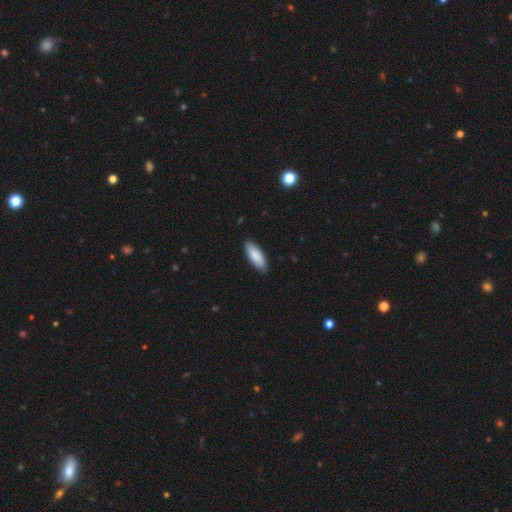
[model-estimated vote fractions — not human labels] Smooth or featured? smooth (88%)
How rounded? in between (70%)
Merging? none (88%)